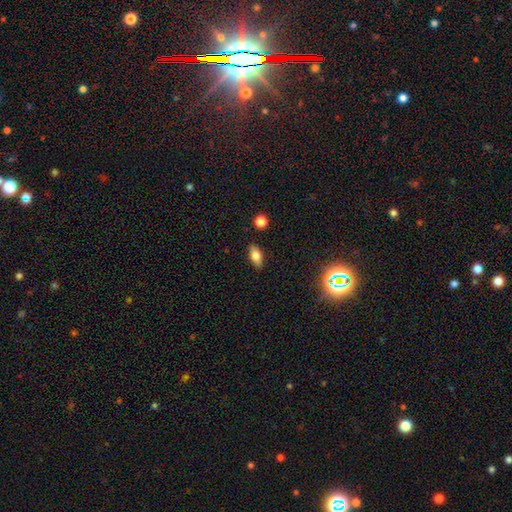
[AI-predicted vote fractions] This appears to be a smooth galaxy with no disk features (75%) that is in between round and cigar-shaped (84%). Merging: none (86%).